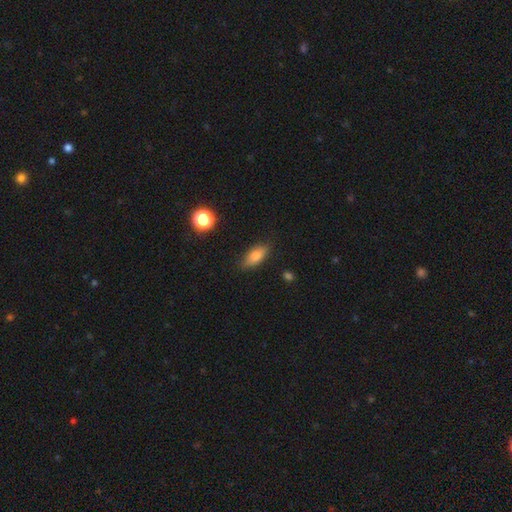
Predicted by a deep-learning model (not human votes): Smooth or featured? smooth (78%)
How rounded? in between (80%)
Merging? none (82%)